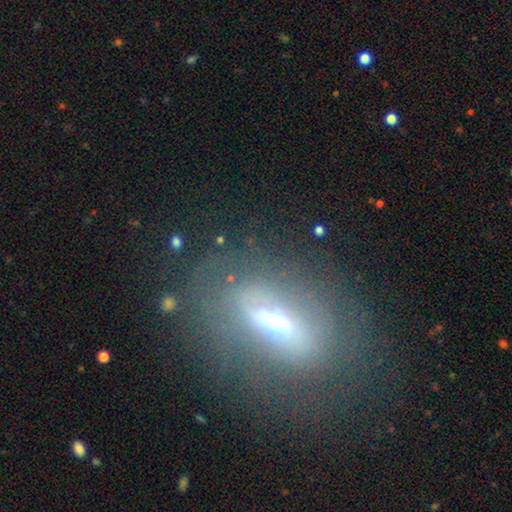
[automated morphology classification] The model was most divided on "smooth or featured": featured or disk: 57%, smooth: 31%, star or artifact: 12%. More confident: merging — none (69%); edge-on disk — no (65%).